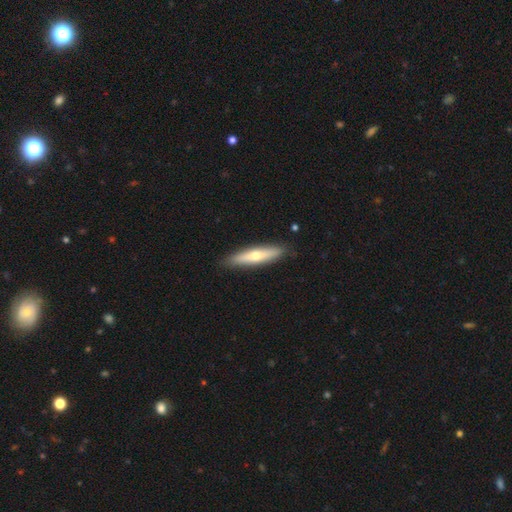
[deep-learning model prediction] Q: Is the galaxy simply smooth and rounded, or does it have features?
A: smooth — 52%.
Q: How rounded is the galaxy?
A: cigar-shaped — 82%.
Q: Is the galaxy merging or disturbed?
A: none — 89%.